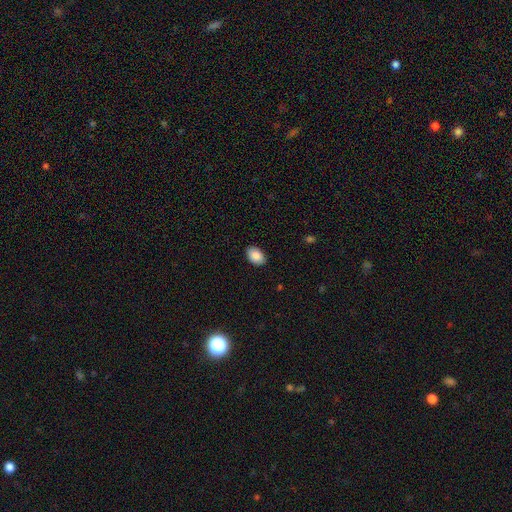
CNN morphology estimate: smooth-or-featured: smooth: 88% | star or artifact: 7% | featured or disk: 5%
  how-rounded: in between: 87% | round: 12% | cigar-shaped: 1%
  merging: none: 88% | minor disturbance: 9% | major disturbance: 2% | merger: 1%